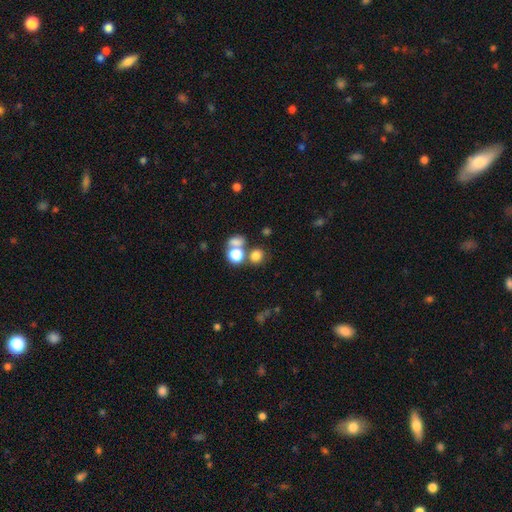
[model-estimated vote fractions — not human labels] smooth 75%, star or artifact 17%, featured or disk 8%. Down the decision tree: how rounded — round (78%); merging — none (61%).